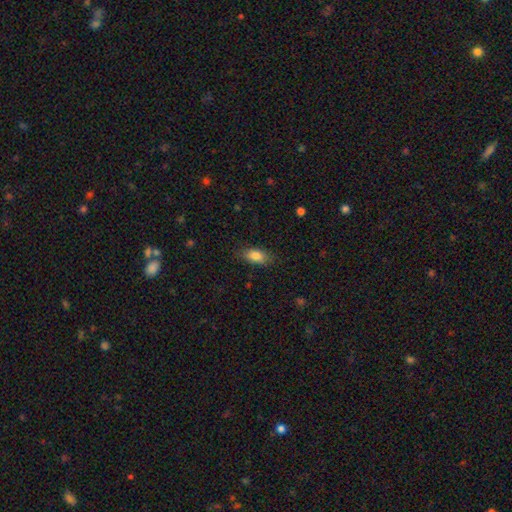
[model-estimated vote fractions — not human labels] This is clearly a smooth galaxy (83%). How rounded: clearly in between (86%). Merging: clearly none (82%).